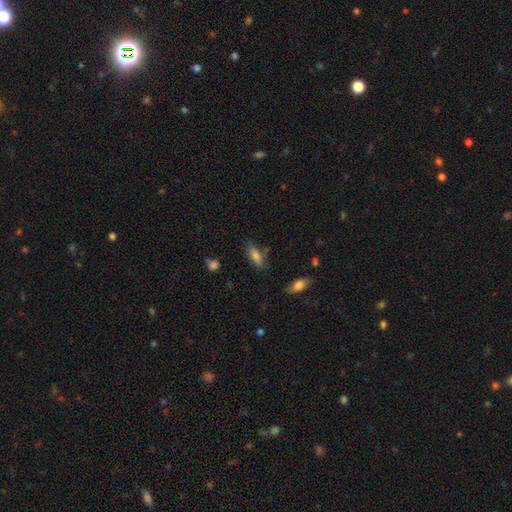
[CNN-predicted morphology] The model was most divided on "how rounded": in between: 60%, cigar-shaped: 37%, round: 3%. More confident: smooth or featured — smooth (74%); merging — none (69%).